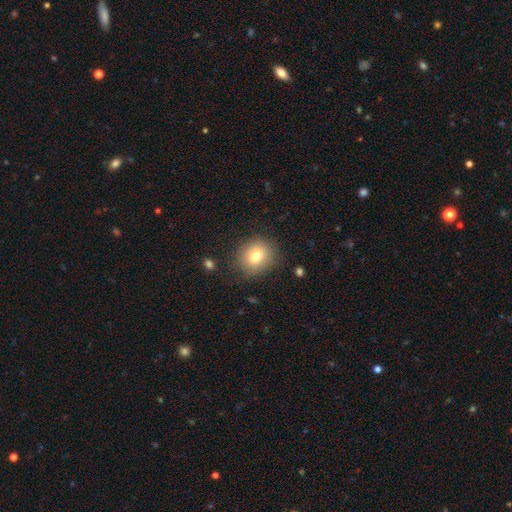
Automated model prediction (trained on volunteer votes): A smooth galaxy with no disk features (77%) that is round (74%). Merging: none (84%).